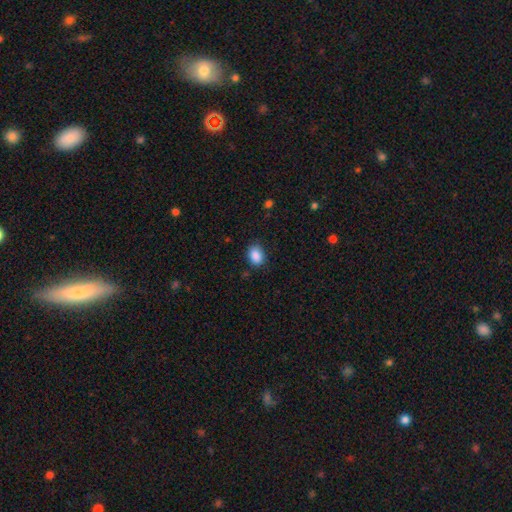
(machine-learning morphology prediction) Smooth or featured? Predicted: smooth (p=0.88). How rounded? Predicted: in between (p=0.72). Merging? Predicted: none (p=0.83).